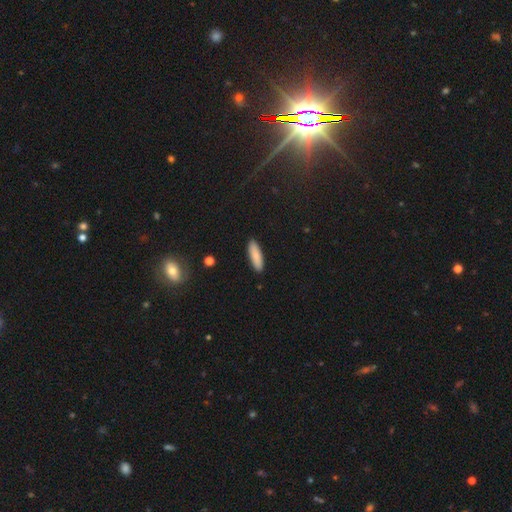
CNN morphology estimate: Q: Smooth or featured?
A: smooth (86%); runner-up: featured or disk (8%)
Q: How rounded?
A: cigar-shaped (56%); runner-up: in between (42%)
Q: Merging?
A: none (90%); runner-up: minor disturbance (7%)